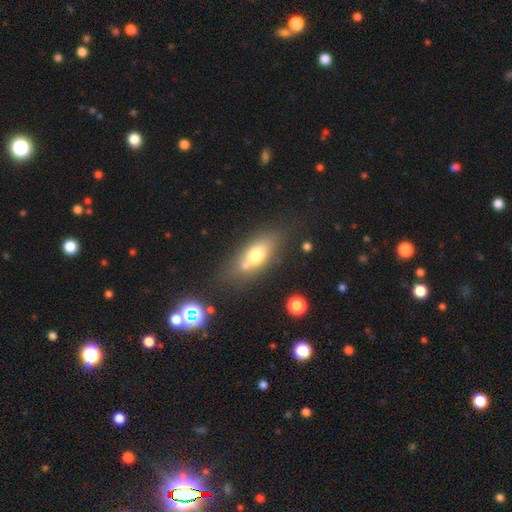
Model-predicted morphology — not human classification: Smooth or featured: smooth — 66% (featured or disk — 24%)
How rounded: in between — 75% (cigar-shaped — 16%)
Merging: none — 59% (merger — 19%)